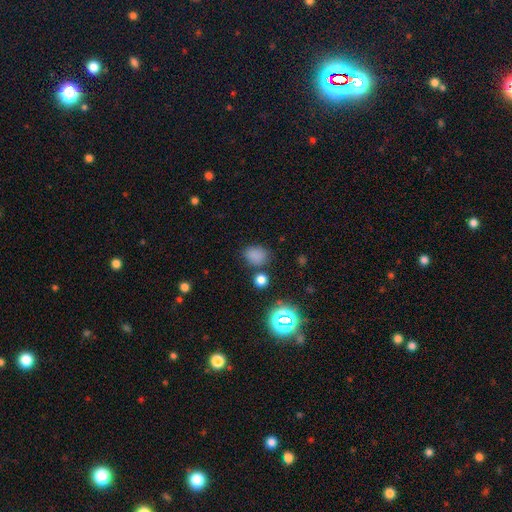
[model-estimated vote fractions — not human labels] The model was most divided on "how rounded": in between: 52%, round: 47%, cigar-shaped: 1%. More confident: smooth or featured — smooth (76%); merging — none (75%).